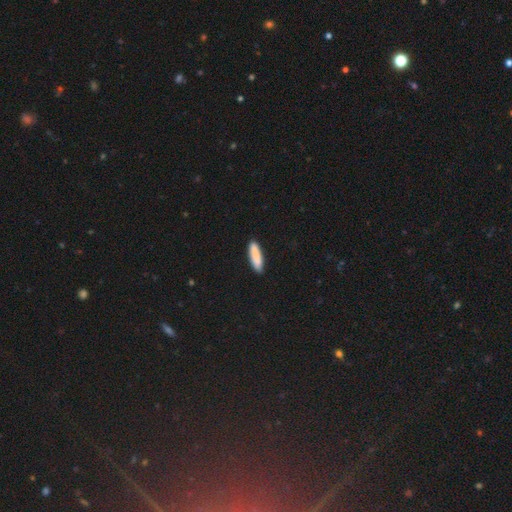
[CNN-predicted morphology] smooth_or_featured: smooth (p=0.88) [alt: featured or disk p=0.07]
how_rounded: cigar-shaped (p=0.67) [alt: in between p=0.32]
merging: none (p=0.89) [alt: minor disturbance p=0.08]